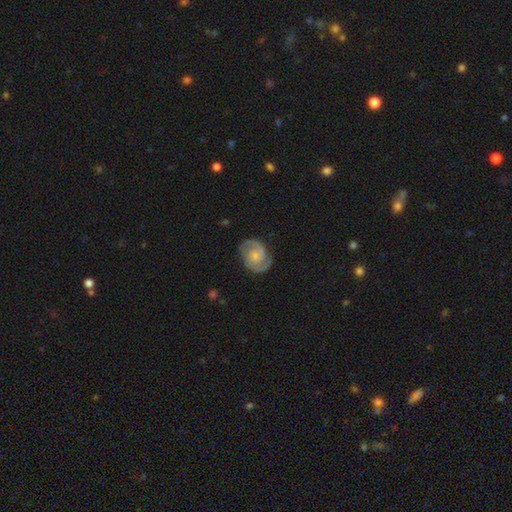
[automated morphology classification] Smooth or featured?
  - featured or disk: 85% *
  - smooth: 9%
  - star or artifact: 5%
Edge-on disk?
  - no: 98% *
  - yes: 2%
Bar?
  - no: 66% *
  - weak: 29%
  - strong: 5%
Spiral arms?
  - yes: 97% *
  - no: 3%
Spiral winding?
  - medium: 47% *
  - tight: 43%
  - loose: 10%
Spiral arm count?
  - 2: 92% *
  - can't tell: 3%
  - 3: 2%
  - 1: 2%
  - 4: 1%
  - more than 4: 1%
Bulge size?
  - small: 47% *
  - moderate: 33%
  - none: 15%
  - large: 4%
  - dominant: 1%
Merging?
  - none: 81% *
  - minor disturbance: 14%
  - major disturbance: 4%
  - merger: 1%